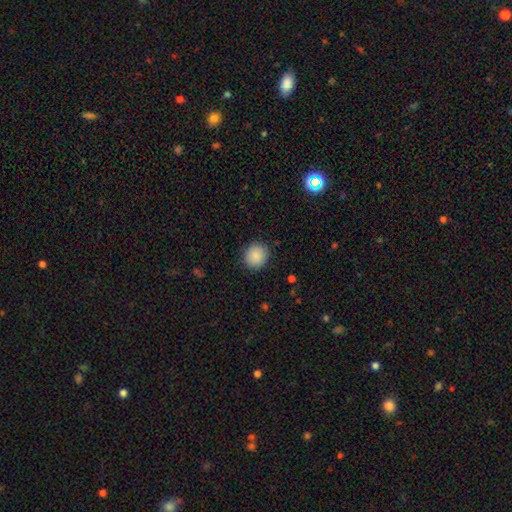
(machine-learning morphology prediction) Smooth or featured: smooth — 88% (star or artifact — 8%)
How rounded: round — 88% (in between — 11%)
Merging: none — 89% (minor disturbance — 8%)